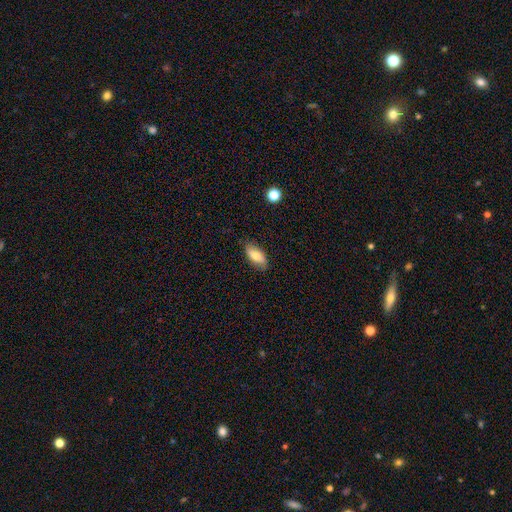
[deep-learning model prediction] Smooth or featured: smooth — 77% (featured or disk — 16%)
How rounded: in between — 88% (cigar-shaped — 10%)
Merging: none — 82% (minor disturbance — 14%)